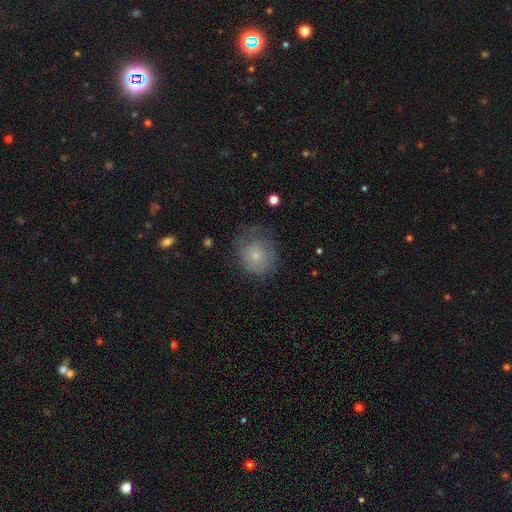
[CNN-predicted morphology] smooth 69%, featured or disk 21%, star or artifact 10%. Down the decision tree: how rounded — round (80%); merging — none (57%).